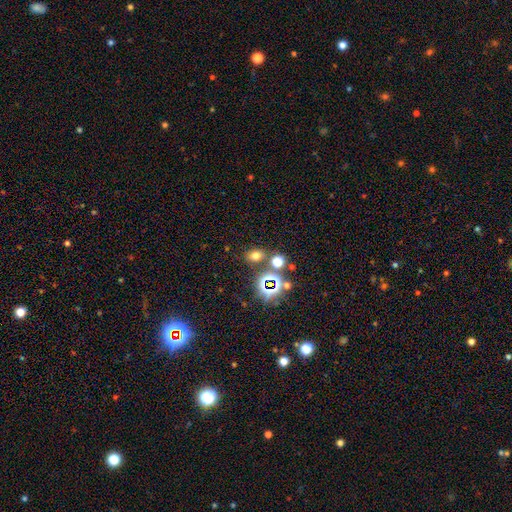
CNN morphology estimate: type=smooth (61%); roundness=in between (60%); merging=none (76%).